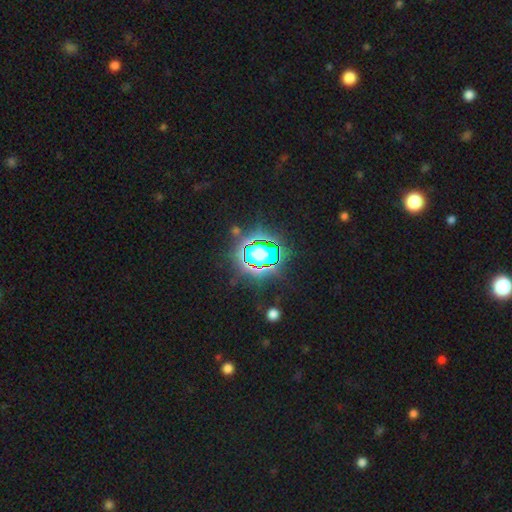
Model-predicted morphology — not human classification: Smooth or featured? Predicted: star or artifact (p=0.84).